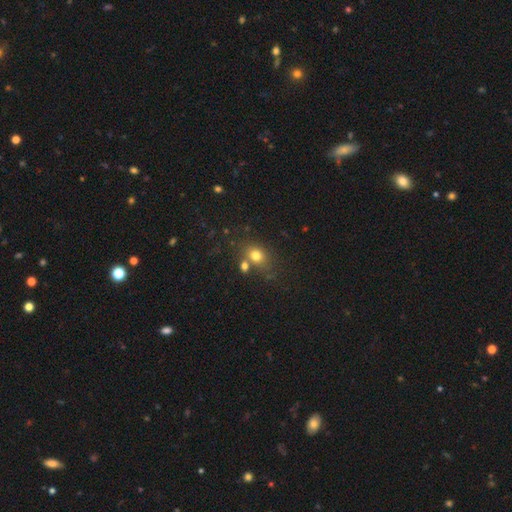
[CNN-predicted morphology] type=smooth (76%); roundness=round (53%); merging=none (60%).